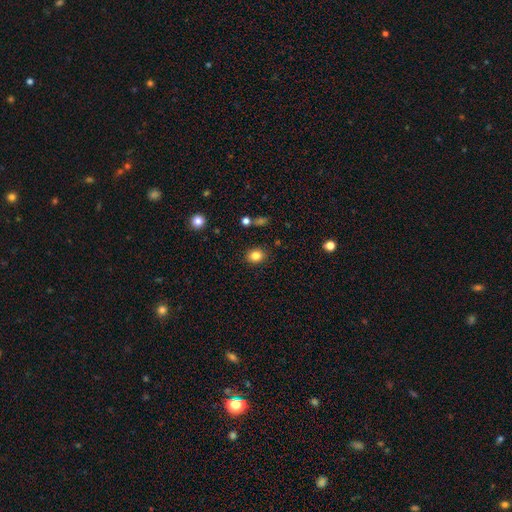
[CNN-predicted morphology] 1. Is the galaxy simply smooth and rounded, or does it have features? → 83% smooth, 11% star or artifact, 6% featured or disk.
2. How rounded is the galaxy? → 57% round, 42% in between, 1% cigar-shaped.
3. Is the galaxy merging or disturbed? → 87% none, 9% minor disturbance, 2% major disturbance, 2% merger.